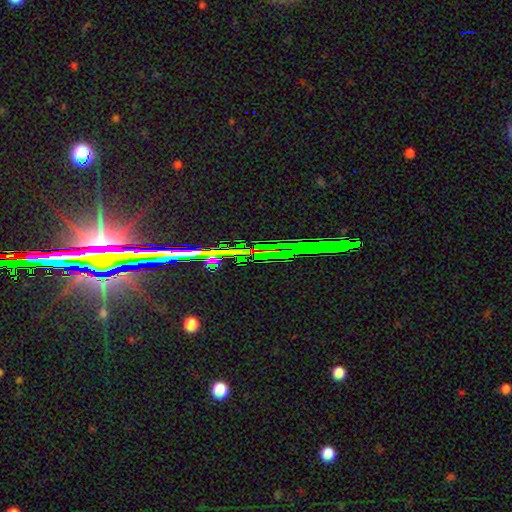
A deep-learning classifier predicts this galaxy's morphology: This appears to be a star or artifact, not a galaxy (81%).